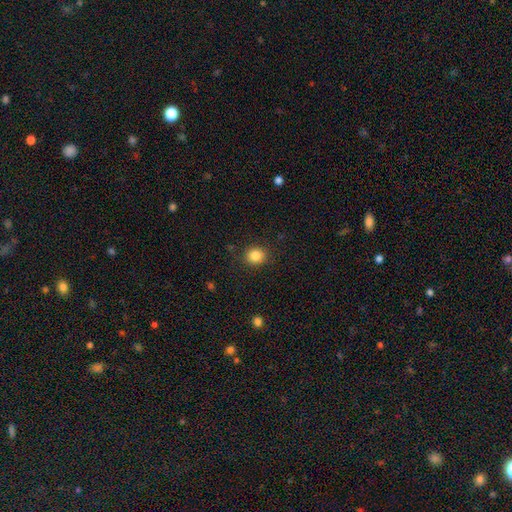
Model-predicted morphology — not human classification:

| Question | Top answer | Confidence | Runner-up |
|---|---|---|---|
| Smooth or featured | smooth | 85% | star or artifact (10%) |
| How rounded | round | 82% | in between (17%) |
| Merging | none | 87% | minor disturbance (9%) |